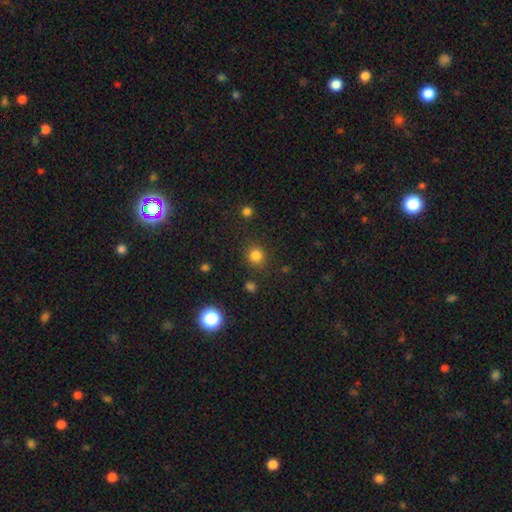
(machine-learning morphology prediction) Smooth or featured? smooth (81%)
How rounded? round (90%)
Merging? none (86%)